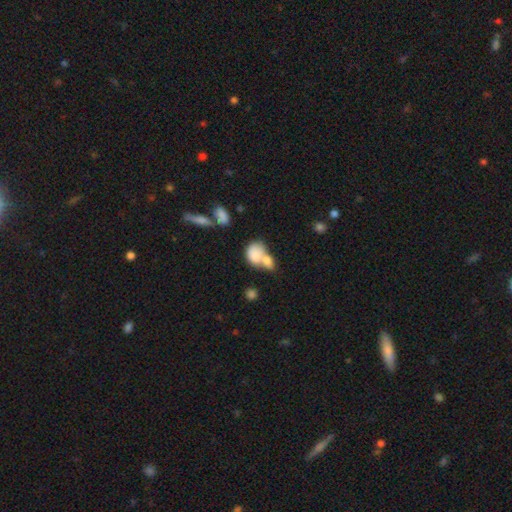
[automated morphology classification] Q: Smooth or featured?
A: smooth (78%); runner-up: featured or disk (15%)
Q: How rounded?
A: in between (69%); runner-up: round (30%)
Q: Merging?
A: merger (68%); runner-up: none (18%)